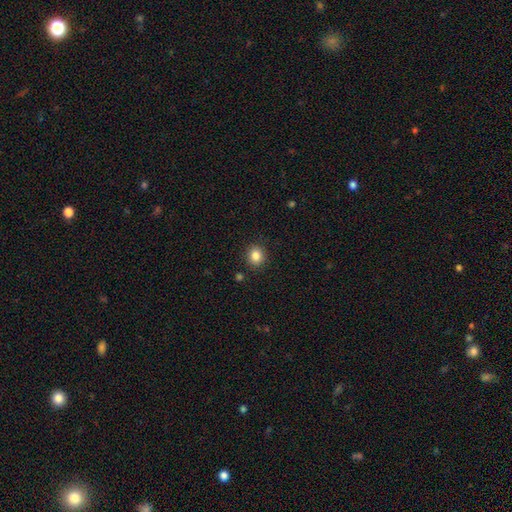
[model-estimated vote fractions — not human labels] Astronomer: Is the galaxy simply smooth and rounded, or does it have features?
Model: smooth — 85%.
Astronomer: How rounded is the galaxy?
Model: round — 77%.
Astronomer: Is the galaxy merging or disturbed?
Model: none — 89%.